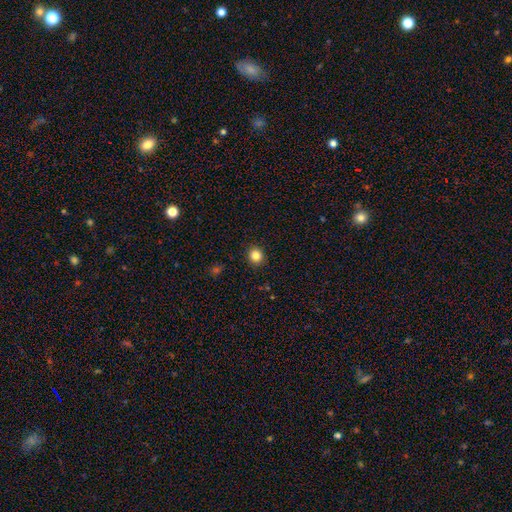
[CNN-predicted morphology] Smooth or featured?
  - smooth: 84% *
  - star or artifact: 11%
  - featured or disk: 5%
How rounded?
  - round: 88% *
  - in between: 11%
  - cigar-shaped: 1%
Merging?
  - none: 92% *
  - minor disturbance: 5%
  - major disturbance: 2%
  - merger: 1%